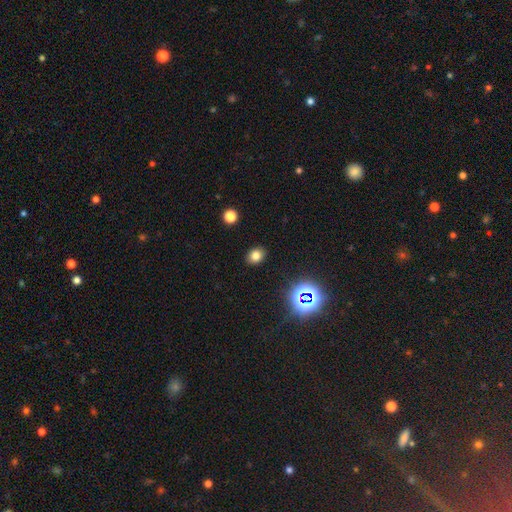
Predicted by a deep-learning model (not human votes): Smooth or featured?
  - smooth: 77% *
  - star or artifact: 17%
  - featured or disk: 7%
How rounded?
  - in between: 57% *
  - round: 42%
  - cigar-shaped: 1%
Merging?
  - none: 89% *
  - minor disturbance: 7%
  - major disturbance: 2%
  - merger: 1%